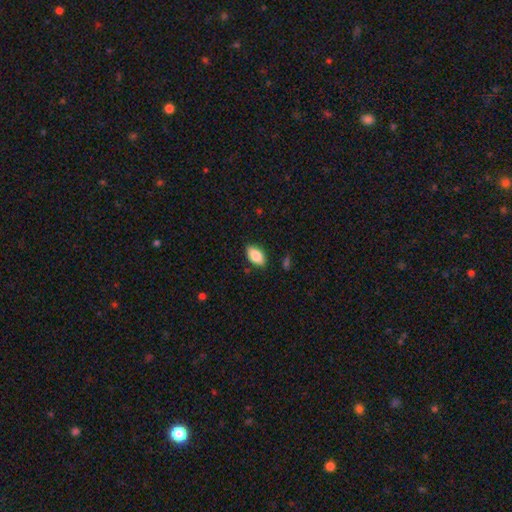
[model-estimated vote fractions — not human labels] Smooth or featured?
  - smooth: 84% *
  - featured or disk: 9%
  - star or artifact: 7%
How rounded?
  - in between: 92% *
  - cigar-shaped: 4%
  - round: 4%
Merging?
  - none: 85% *
  - minor disturbance: 12%
  - major disturbance: 2%
  - merger: 1%